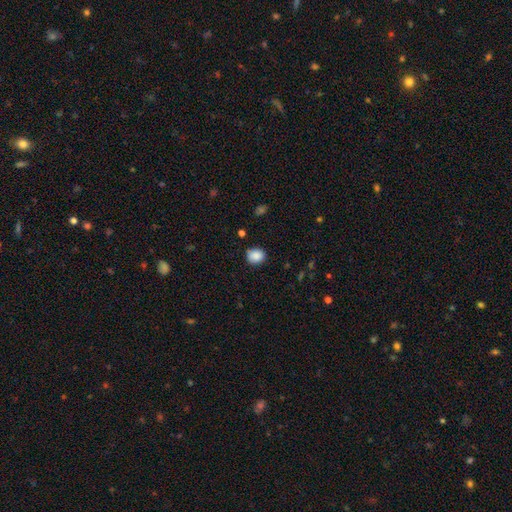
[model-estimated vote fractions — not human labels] smooth_or_featured: smooth (p=0.88) [alt: star or artifact p=0.09]
how_rounded: round (p=0.65) [alt: in between p=0.35]
merging: none (p=0.81) [alt: minor disturbance p=0.15]